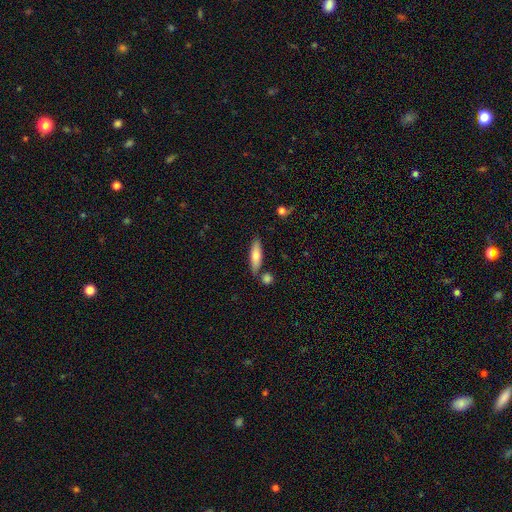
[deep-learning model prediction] Morphology: type=smooth (67%); roundness=cigar-shaped (61%); merging=none (77%).